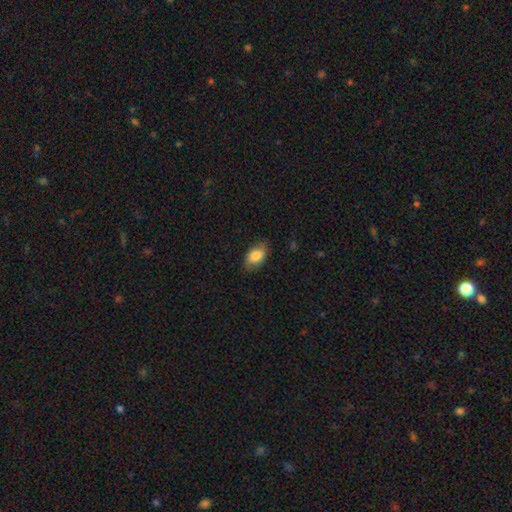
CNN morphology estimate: type=smooth (82%); roundness=in between (92%); merging=none (81%).